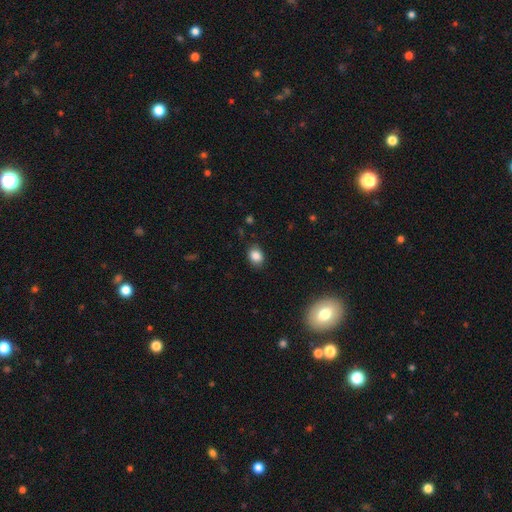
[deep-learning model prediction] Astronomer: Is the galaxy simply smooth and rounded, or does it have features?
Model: smooth — 85%.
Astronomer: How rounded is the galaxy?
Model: in between — 55% (runner-up: round, 44%).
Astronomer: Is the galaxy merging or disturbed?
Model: none — 84%.